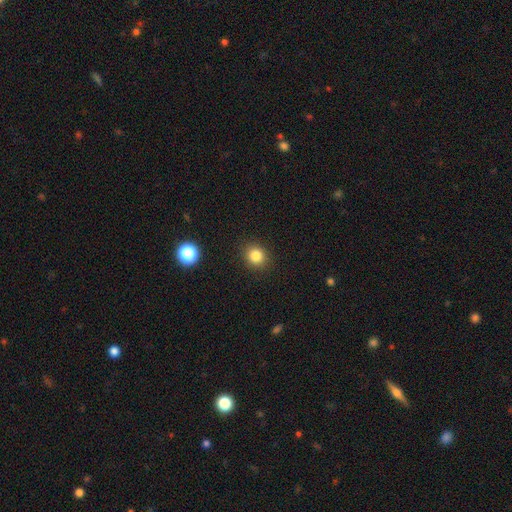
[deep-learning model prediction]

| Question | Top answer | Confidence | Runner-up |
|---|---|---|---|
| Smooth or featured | smooth | 83% | star or artifact (12%) |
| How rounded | round | 81% | in between (18%) |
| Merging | none | 90% | minor disturbance (7%) |